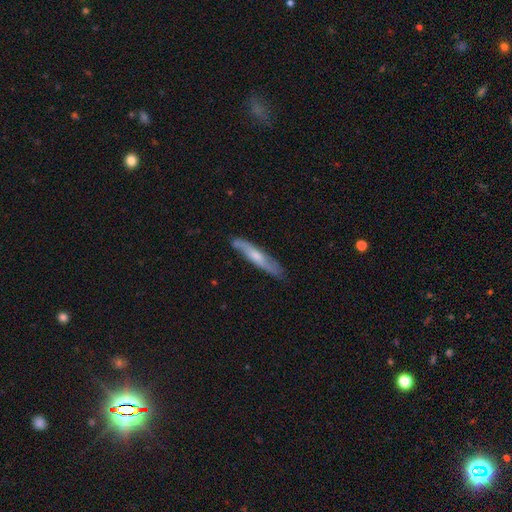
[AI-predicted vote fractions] Smooth or featured? Predicted: featured or disk (p=0.51). Edge-on disk? Predicted: yes (p=0.64). Merging? Predicted: none (p=0.81).